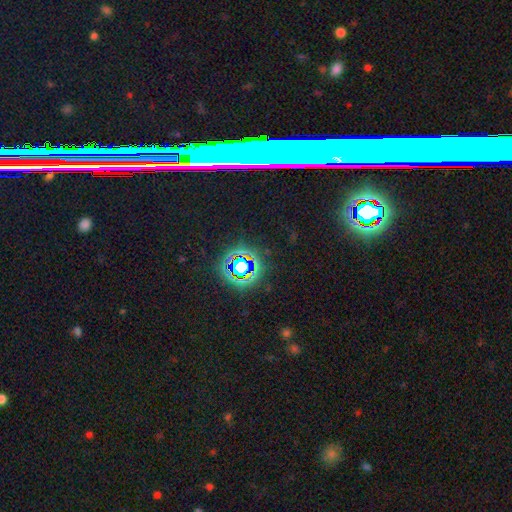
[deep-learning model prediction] Smooth or featured: star or artifact — 65% (smooth — 18%)